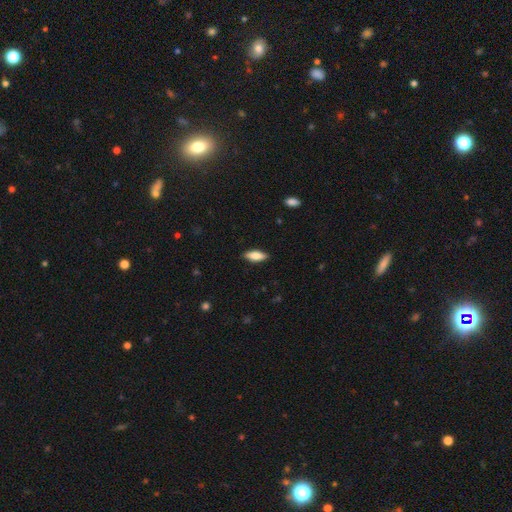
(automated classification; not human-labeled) Smooth or featured? smooth (80%)
How rounded? in between (70%)
Merging? none (88%)